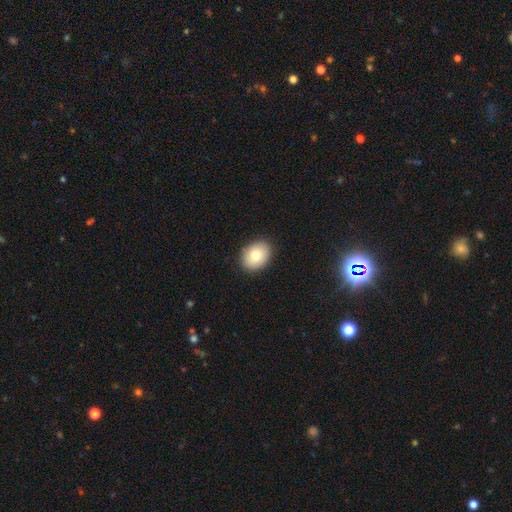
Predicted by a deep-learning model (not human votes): Smooth or featured? Predicted: smooth (p=0.80). How rounded? Predicted: in between (p=0.65). Merging? Predicted: none (p=0.89).